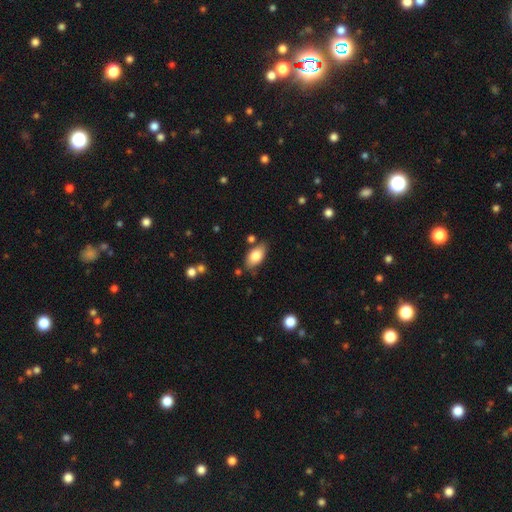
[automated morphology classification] Smooth or featured: smooth — 80% (featured or disk — 13%)
How rounded: in between — 92% (round — 4%)
Merging: none — 78% (minor disturbance — 15%)